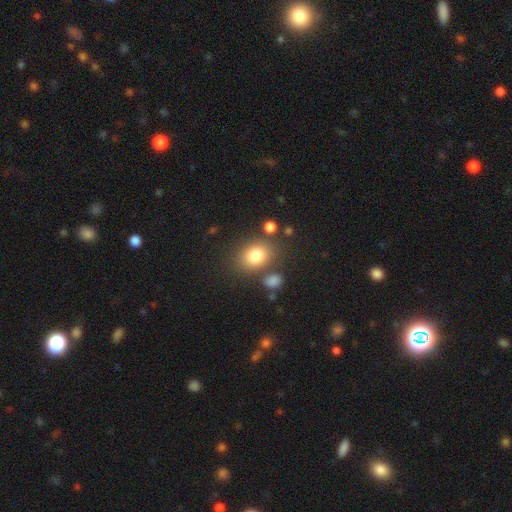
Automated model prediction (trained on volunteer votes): Smooth or featured? smooth (80%)
How rounded? in between (55%)
Merging? none (74%)